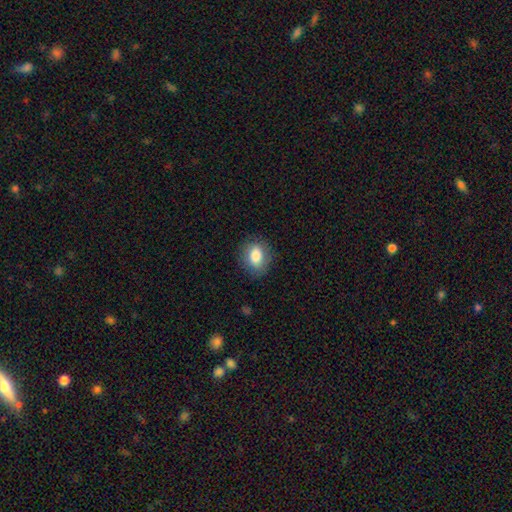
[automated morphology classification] Smooth or featured? smooth (81%)
How rounded? in between (61%)
Merging? none (83%)